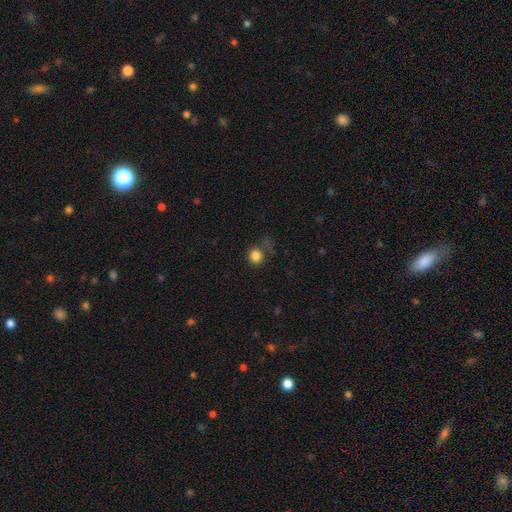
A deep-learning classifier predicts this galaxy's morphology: A smooth galaxy with no disk features (83%) that is round (87%).

Vote fractions:
- Smooth or featured? smooth: 83% / star or artifact: 12% / featured or disk: 5%
- How rounded? round: 87% / in between: 12% / cigar-shaped: 1%
- Merging? none: 69% / minor disturbance: 16% / major disturbance: 10% / merger: 5%